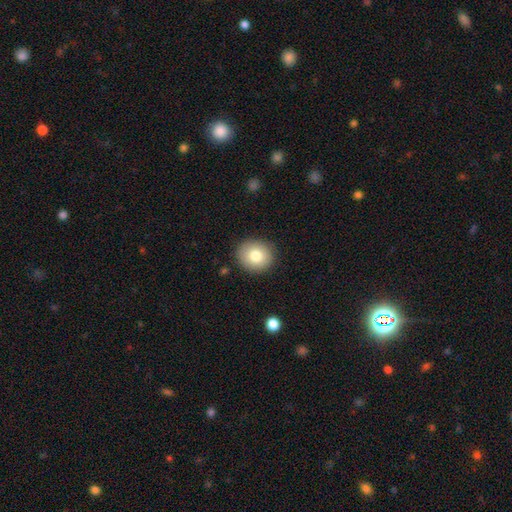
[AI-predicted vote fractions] Q: Smooth or featured?
A: smooth (79%); runner-up: featured or disk (12%)
Q: How rounded?
A: round (82%); runner-up: in between (18%)
Q: Merging?
A: none (89%); runner-up: minor disturbance (8%)